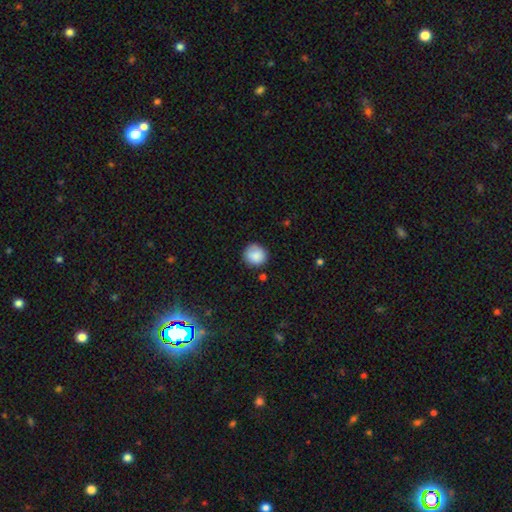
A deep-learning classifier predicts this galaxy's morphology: The model was most divided on "merging": none: 82%, minor disturbance: 13%, major disturbance: 3%, merger: 2%. More confident: how rounded — round (91%); smooth or featured — smooth (87%).